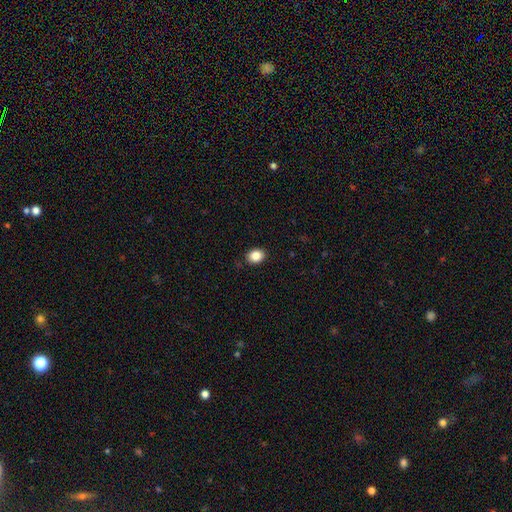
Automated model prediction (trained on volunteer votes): A smooth galaxy with no disk features (86%) that is in between round and cigar-shaped (53%). Merging: none (88%).